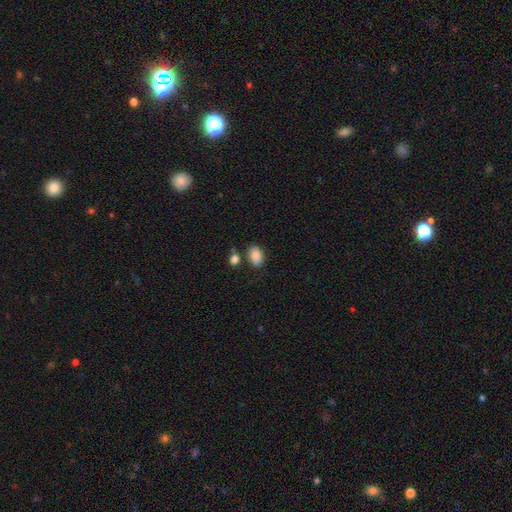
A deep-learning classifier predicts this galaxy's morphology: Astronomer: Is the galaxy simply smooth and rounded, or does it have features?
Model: smooth — 88%.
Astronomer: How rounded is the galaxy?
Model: in between — 84%.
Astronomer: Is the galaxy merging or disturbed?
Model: none — 73%.